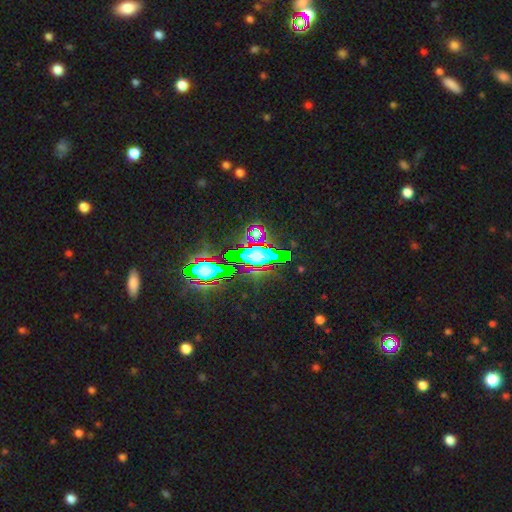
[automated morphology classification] Smooth or featured?
  - star or artifact: 64% *
  - smooth: 20%
  - featured or disk: 16%